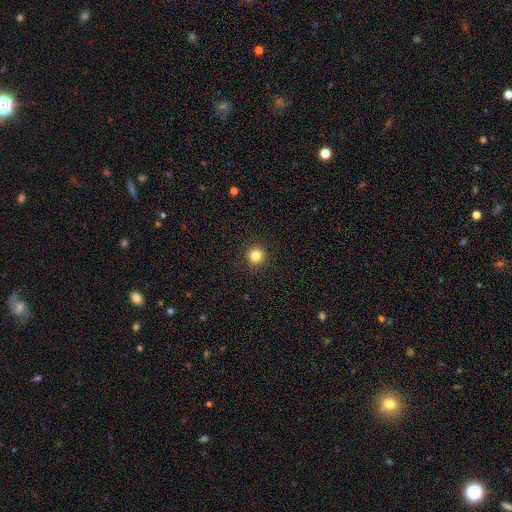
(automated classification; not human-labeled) smooth-or-featured: smooth: 83% | star or artifact: 12% | featured or disk: 5%
  how-rounded: round: 94% | in between: 5% | cigar-shaped: 1%
  merging: none: 93% | minor disturbance: 4% | major disturbance: 2% | merger: 1%